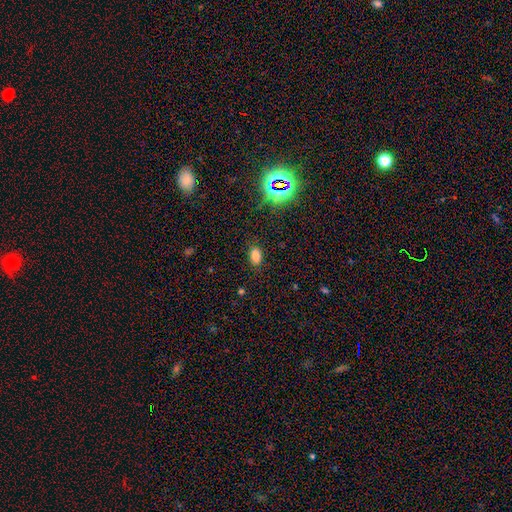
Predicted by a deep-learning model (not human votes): smooth-or-featured: smooth: 78% | star or artifact: 17% | featured or disk: 6%
  how-rounded: in between: 90% | round: 8% | cigar-shaped: 3%
  merging: none: 85% | minor disturbance: 11% | major disturbance: 3% | merger: 1%